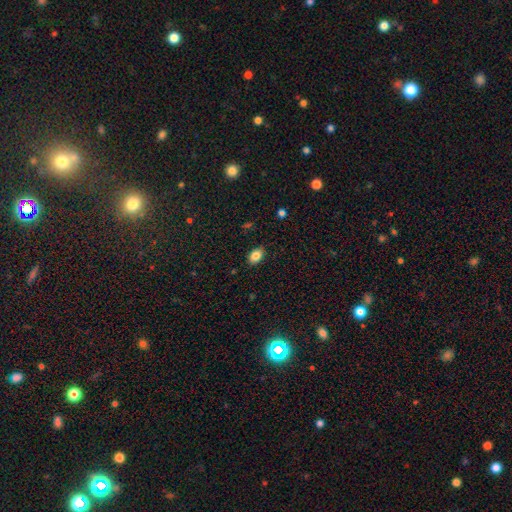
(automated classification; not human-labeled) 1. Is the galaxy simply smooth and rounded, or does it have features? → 85% smooth, 9% star or artifact, 7% featured or disk.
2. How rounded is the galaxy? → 86% in between, 12% round, 2% cigar-shaped.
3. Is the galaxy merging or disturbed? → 85% none, 11% minor disturbance, 2% major disturbance, 1% merger.